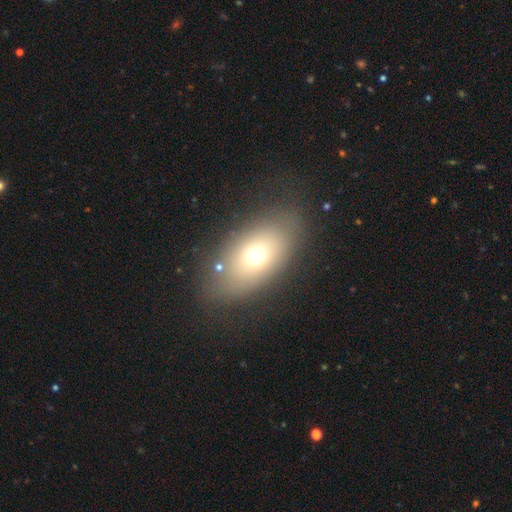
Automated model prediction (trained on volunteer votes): smooth_or_featured: smooth (p=0.67) [alt: featured or disk p=0.22]
how_rounded: in between (p=0.85) [alt: round p=0.12]
merging: none (p=0.76) [alt: minor disturbance p=0.14]